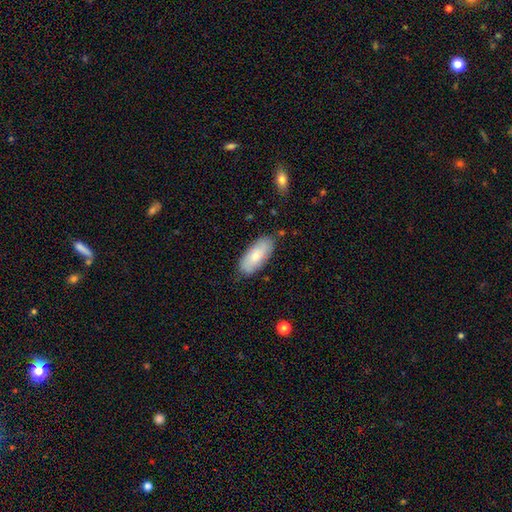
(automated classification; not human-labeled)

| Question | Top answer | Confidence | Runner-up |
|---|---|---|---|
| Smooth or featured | smooth | 78% | featured or disk (16%) |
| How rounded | in between | 87% | cigar-shaped (11%) |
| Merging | none | 81% | minor disturbance (15%) |